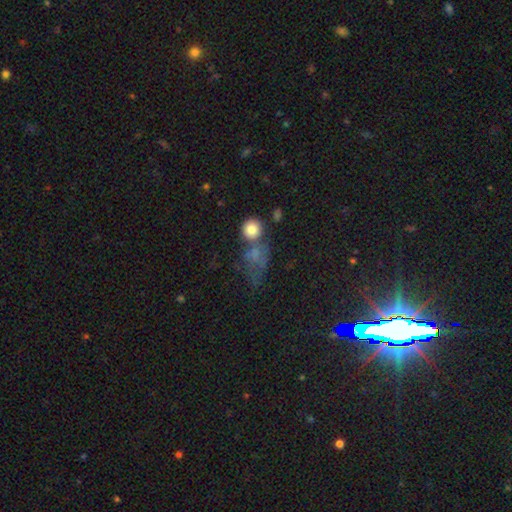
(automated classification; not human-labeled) Smooth or featured? smooth (66%)
How rounded? round (65%)
Merging? none (35%)